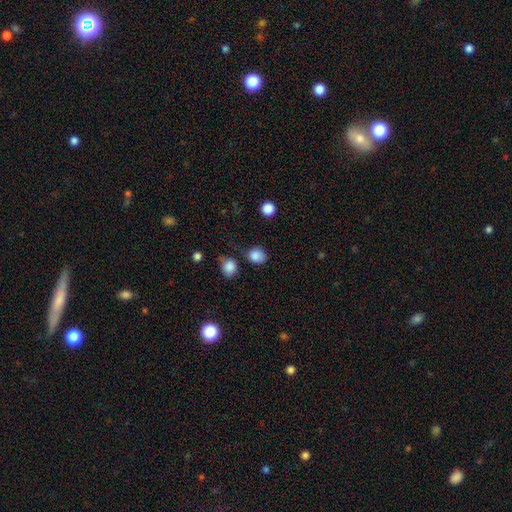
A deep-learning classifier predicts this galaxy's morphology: This is clearly a smooth galaxy (85%). How rounded: likely round (71%). Merging: likely none (69%).